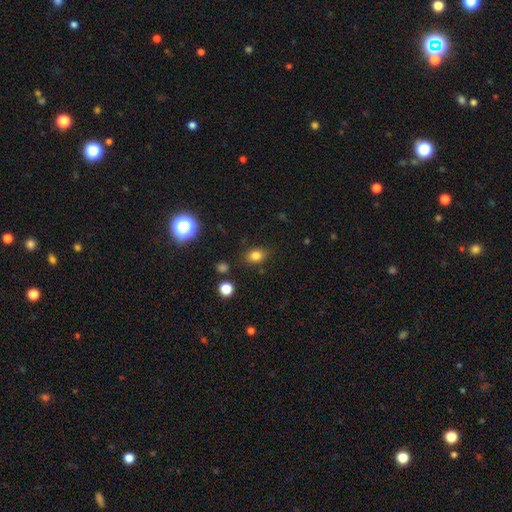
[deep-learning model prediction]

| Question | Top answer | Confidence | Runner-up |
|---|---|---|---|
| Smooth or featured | smooth | 81% | star or artifact (13%) |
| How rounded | in between | 63% | round (36%) |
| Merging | none | 83% | minor disturbance (12%) |